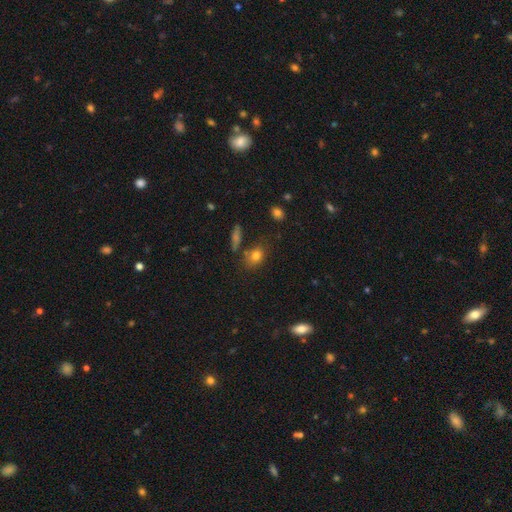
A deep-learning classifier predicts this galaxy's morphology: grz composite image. It shows a smooth galaxy with no disk features (78%) that is in between round and cigar-shaped (66%). Merging: none (70%).